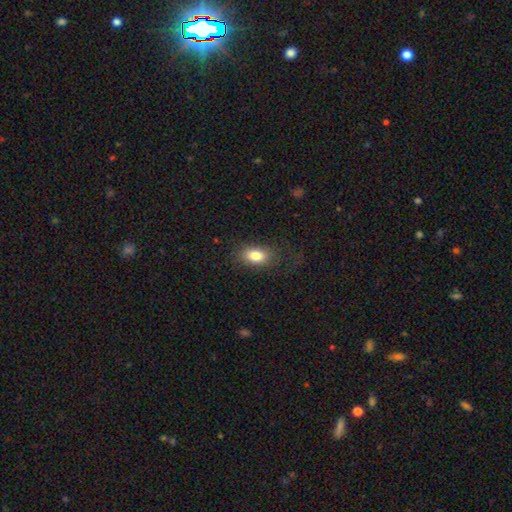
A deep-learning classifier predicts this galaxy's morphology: smooth-or-featured: smooth: 82% | featured or disk: 9% | star or artifact: 9%
  how-rounded: in between: 86% | round: 12% | cigar-shaped: 3%
  merging: none: 78% | minor disturbance: 14% | major disturbance: 8% | merger: 1%